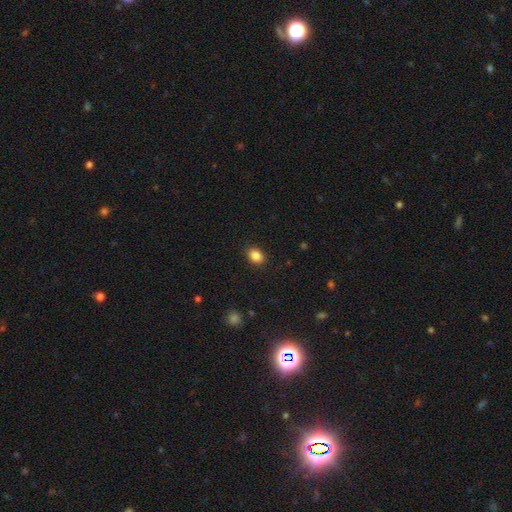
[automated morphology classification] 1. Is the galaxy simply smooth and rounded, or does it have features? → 87% smooth, 9% star or artifact, 4% featured or disk.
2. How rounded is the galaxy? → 62% in between, 37% round, 1% cigar-shaped.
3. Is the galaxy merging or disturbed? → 89% none, 8% minor disturbance, 2% major disturbance, 1% merger.